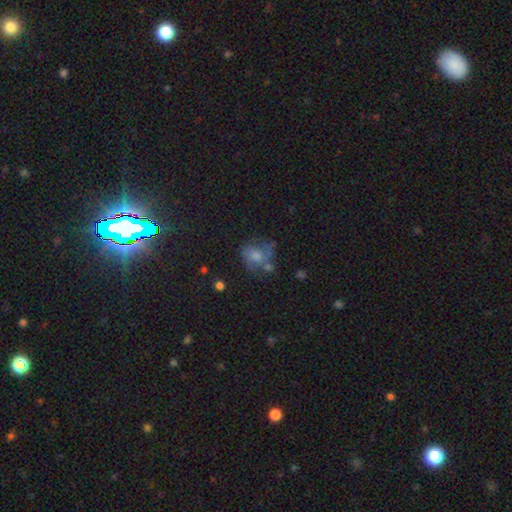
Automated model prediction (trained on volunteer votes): Smooth or featured: smooth — 49% (featured or disk — 29%)
Merging: none — 42% (minor disturbance — 23%)